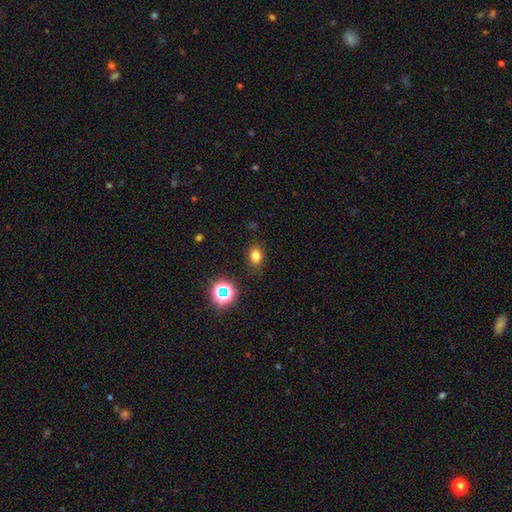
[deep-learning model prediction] Smooth or featured: smooth — 76% (star or artifact — 17%)
How rounded: in between — 67% (round — 32%)
Merging: none — 85% (minor disturbance — 10%)